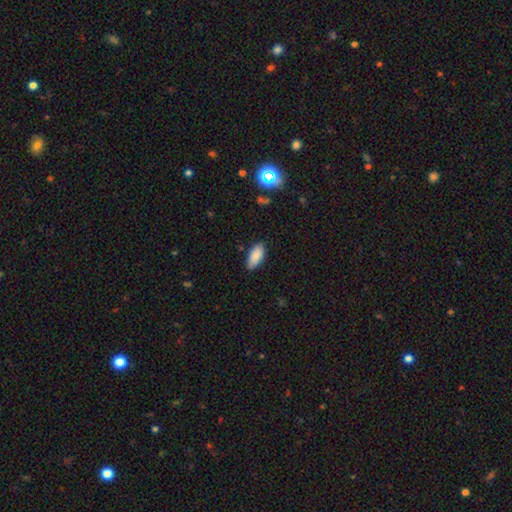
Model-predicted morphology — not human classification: A smooth galaxy with no disk features (88%) that is in between round and cigar-shaped (88%). Merging: none (85%).